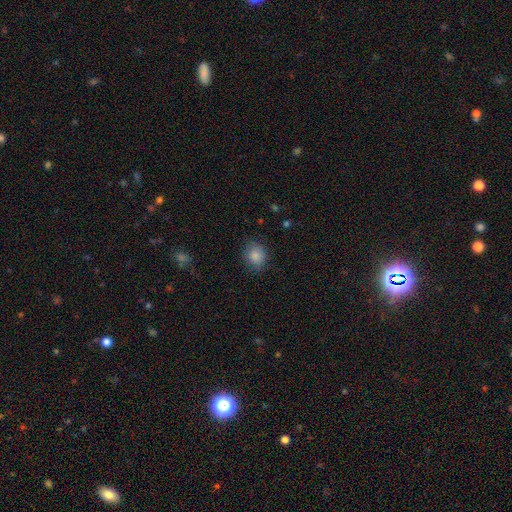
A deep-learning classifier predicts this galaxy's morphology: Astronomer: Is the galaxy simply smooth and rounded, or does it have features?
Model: smooth — 84%.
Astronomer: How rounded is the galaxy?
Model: round — 74%.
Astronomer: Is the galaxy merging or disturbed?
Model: none — 78%.